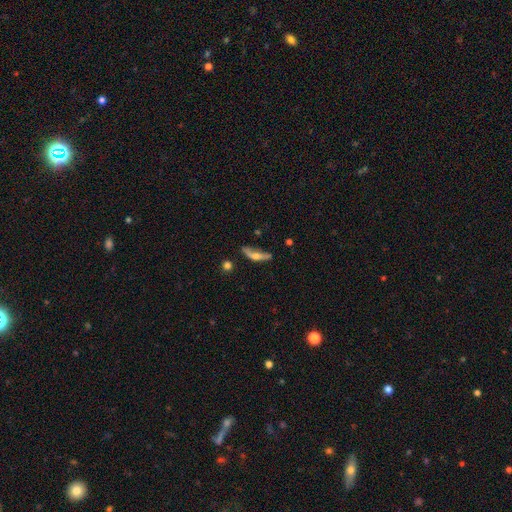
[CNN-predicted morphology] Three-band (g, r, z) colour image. It shows a featured or disk galaxy (48%). Merging: none (40%).